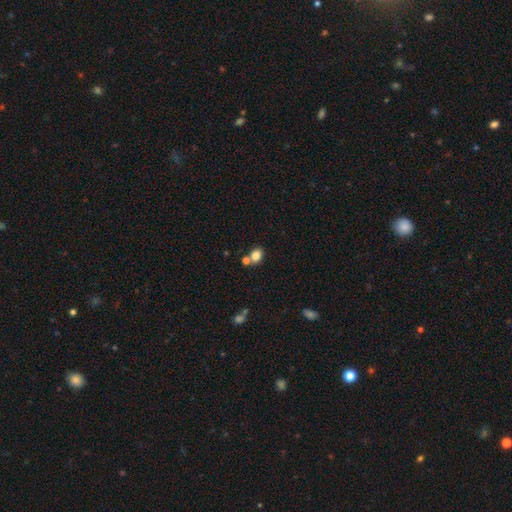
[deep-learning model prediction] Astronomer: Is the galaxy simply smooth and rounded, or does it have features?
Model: smooth — 82%.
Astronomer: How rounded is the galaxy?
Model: in between — 56% (runner-up: round, 43%).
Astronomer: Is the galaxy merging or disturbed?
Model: none — 62%.